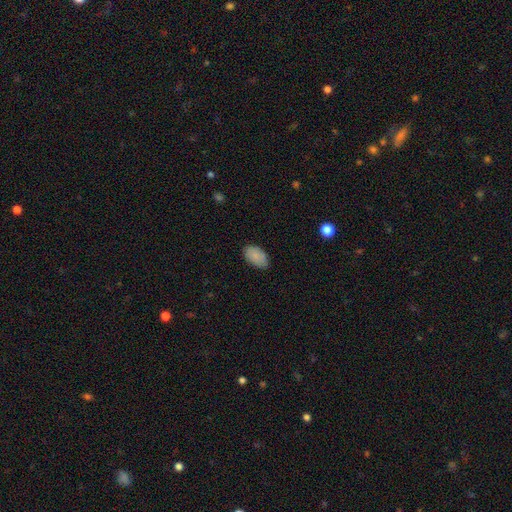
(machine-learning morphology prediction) Smooth or featured? Predicted: smooth (p=0.87). How rounded? Predicted: in between (p=0.94). Merging? Predicted: none (p=0.82).